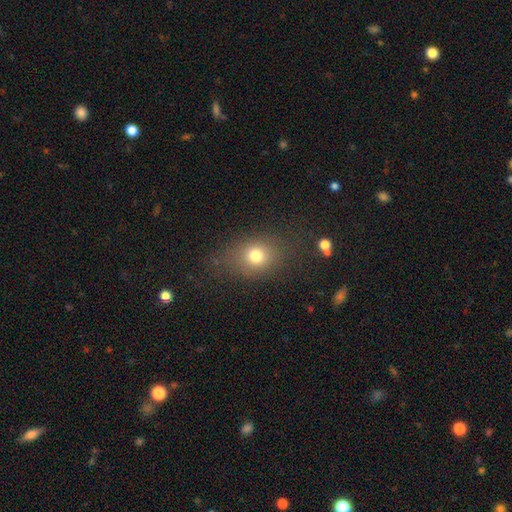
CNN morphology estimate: type=smooth (75%); roundness=round (51%); merging=none (72%).